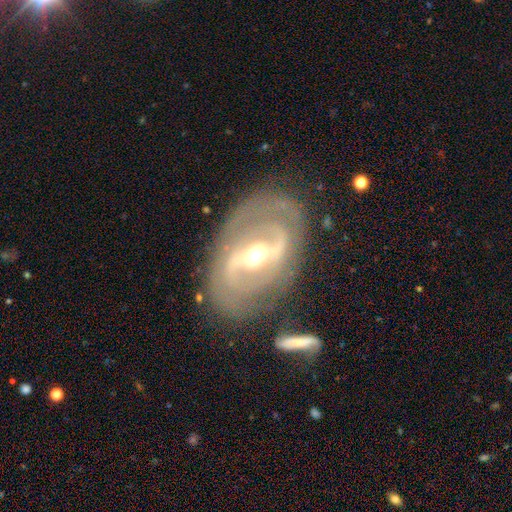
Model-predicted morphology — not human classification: This is clearly a featured or disk galaxy (86%). It is clearly not viewed edge-on (94%). Bar: possibly strong (55%). Spiral arm pattern: clearly yes (84%). Spiral arm count: likely 2 (80%). Spiral winding: marginally medium (41%). Central bulge: likely moderate (66%). Merging: likely none (78%).